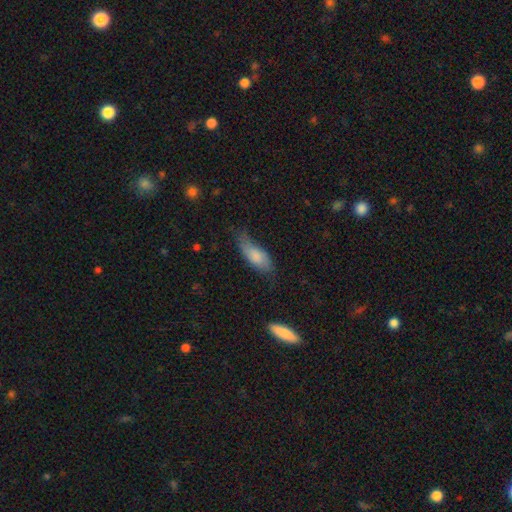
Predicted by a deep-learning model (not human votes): Smooth or featured?
  - smooth: 77% *
  - featured or disk: 17%
  - star or artifact: 6%
How rounded?
  - in between: 75% *
  - cigar-shaped: 23%
  - round: 2%
Merging?
  - none: 53% *
  - minor disturbance: 34%
  - major disturbance: 11%
  - merger: 2%